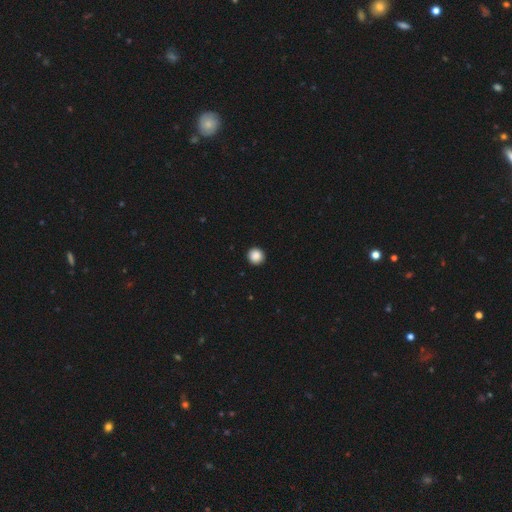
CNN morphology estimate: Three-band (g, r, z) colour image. It shows a smooth galaxy with no disk features (89%) that is round (96%). Merging: none (94%).